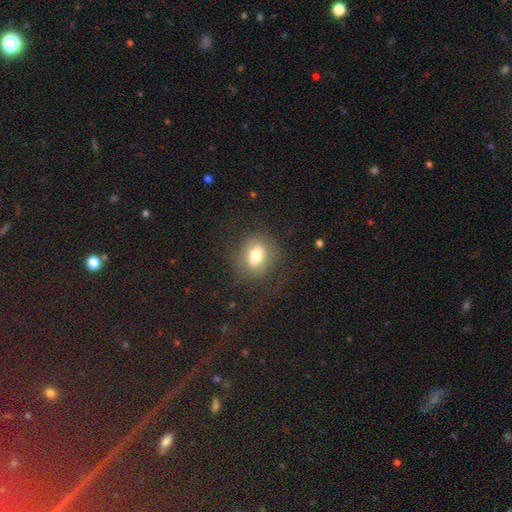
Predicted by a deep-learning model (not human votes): smooth 73%, featured or disk 17%, star or artifact 10%. Down the decision tree: how rounded — in between (54%); merging — none (75%).